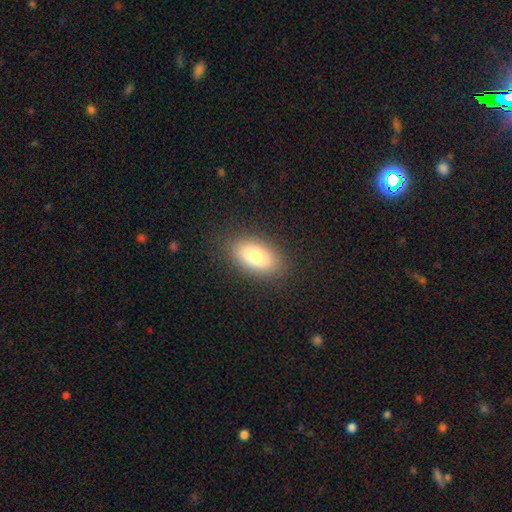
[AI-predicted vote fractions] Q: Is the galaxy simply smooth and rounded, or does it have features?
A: smooth — 79%.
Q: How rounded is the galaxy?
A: in between — 91%.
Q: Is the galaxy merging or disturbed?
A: none — 87%.